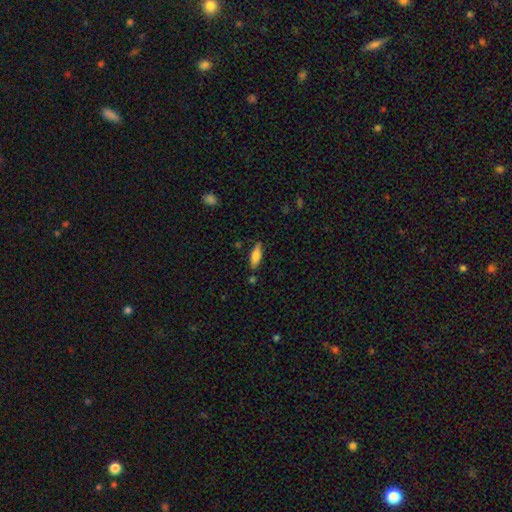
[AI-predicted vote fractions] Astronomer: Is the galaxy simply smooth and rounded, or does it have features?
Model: smooth — 73%.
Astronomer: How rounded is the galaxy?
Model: in between — 58% (runner-up: cigar-shaped, 40%).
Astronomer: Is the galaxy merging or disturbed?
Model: none — 77%.